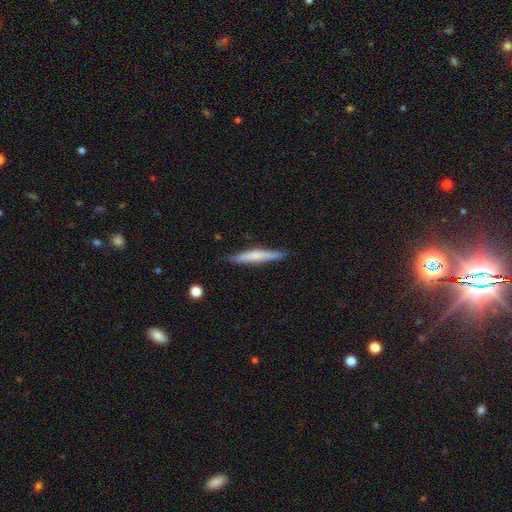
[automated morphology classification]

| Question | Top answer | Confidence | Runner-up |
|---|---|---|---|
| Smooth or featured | smooth | 57% | featured or disk (37%) |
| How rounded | cigar-shaped | 94% | in between (5%) |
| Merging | none | 84% | minor disturbance (12%) |